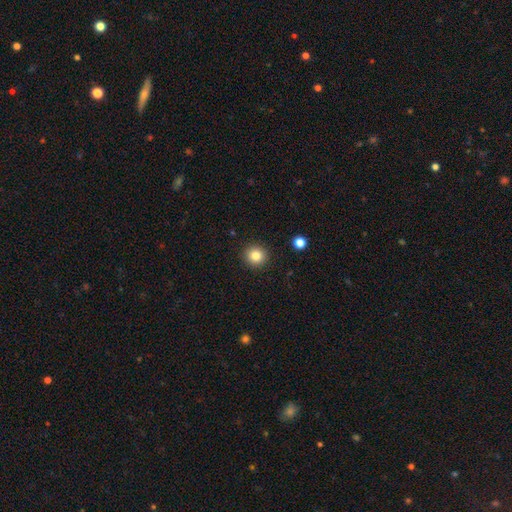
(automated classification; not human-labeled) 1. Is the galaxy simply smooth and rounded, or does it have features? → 83% smooth, 11% star or artifact, 6% featured or disk.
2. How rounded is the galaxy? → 93% round, 6% in between, 1% cigar-shaped.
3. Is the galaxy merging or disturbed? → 92% none, 5% minor disturbance, 2% major disturbance, 1% merger.